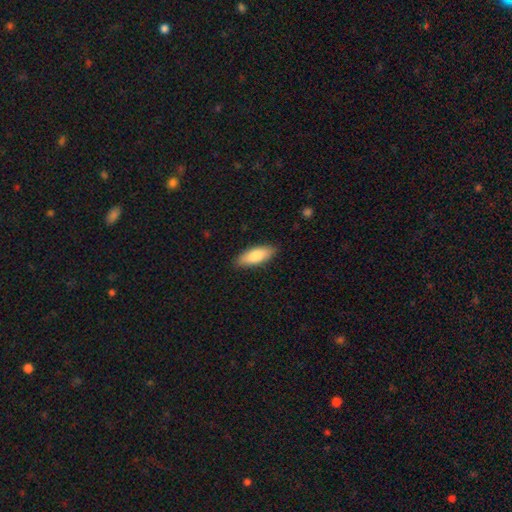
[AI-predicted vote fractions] A smooth galaxy with no disk features (82%) that is in between round and cigar-shaped (73%).

Vote fractions:
- Smooth or featured? smooth: 82% / featured or disk: 12% / star or artifact: 5%
- How rounded? in between: 73% / cigar-shaped: 26% / round: 2%
- Merging? none: 87% / minor disturbance: 10% / major disturbance: 2% / merger: 1%